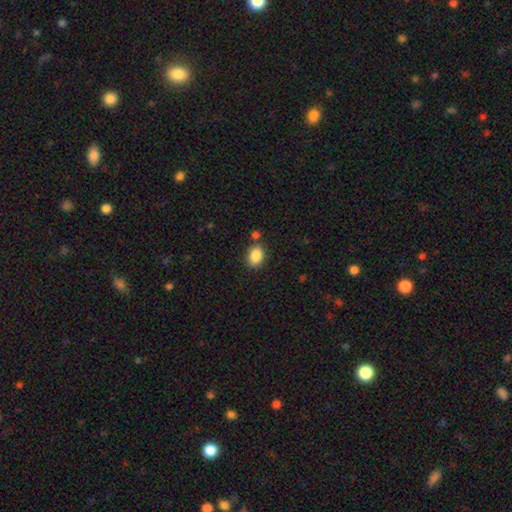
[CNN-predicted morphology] smooth-or-featured: smooth: 88% | star or artifact: 8% | featured or disk: 4%
  how-rounded: in between: 73% | round: 26% | cigar-shaped: 1%
  merging: none: 79% | minor disturbance: 10% | merger: 7% | major disturbance: 3%